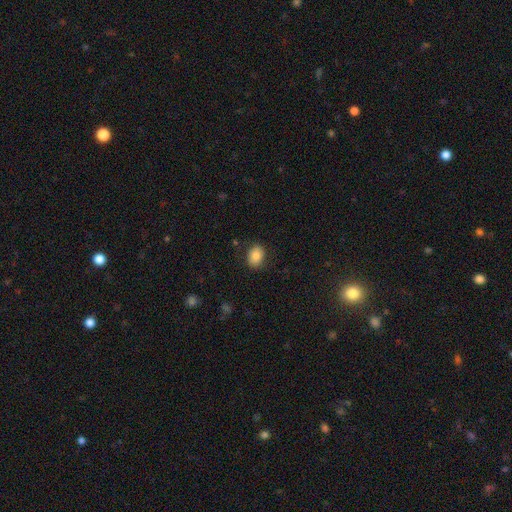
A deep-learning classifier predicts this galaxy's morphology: smooth 84%, star or artifact 9%, featured or disk 7%. Down the decision tree: how rounded — in between (63%); merging — none (85%).